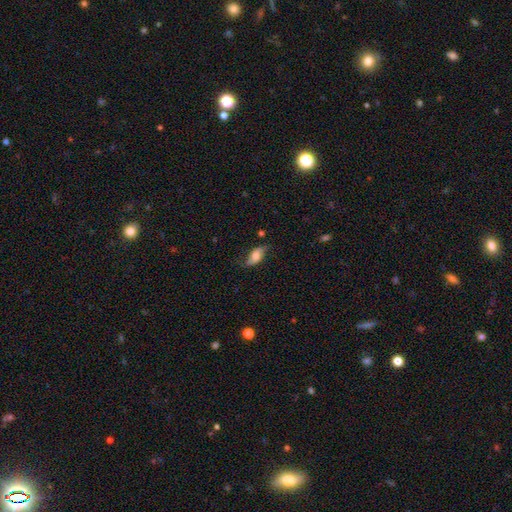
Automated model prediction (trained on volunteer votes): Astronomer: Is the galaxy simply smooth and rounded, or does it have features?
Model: smooth — 48% (runner-up: featured or disk, 44%).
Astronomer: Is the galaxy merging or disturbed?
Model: none — 63%.